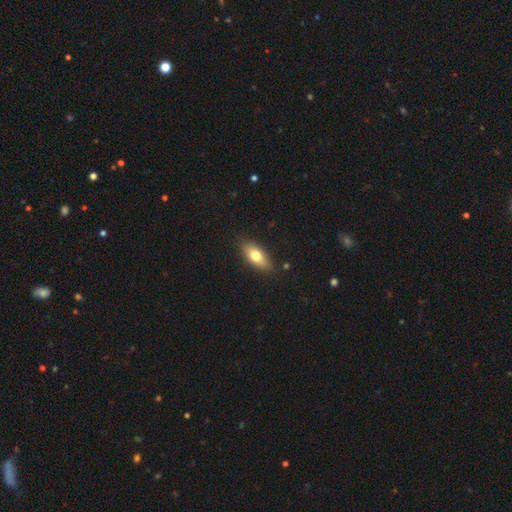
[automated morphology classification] type=smooth (74%); roundness=in between (82%); merging=none (85%).